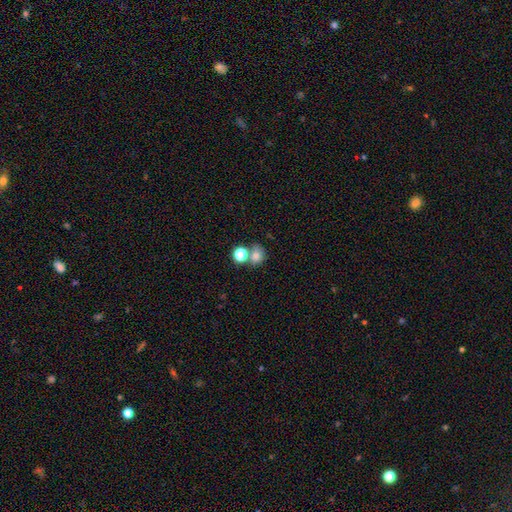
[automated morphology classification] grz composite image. It shows a smooth galaxy with no disk features (75%) that is round (66%). Merging: none (48%).